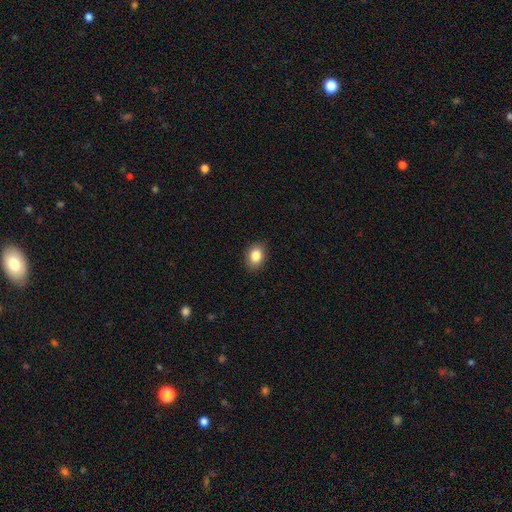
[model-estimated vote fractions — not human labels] smooth 85%, star or artifact 9%, featured or disk 6%. Down the decision tree: how rounded — in between (68%); merging — none (88%).